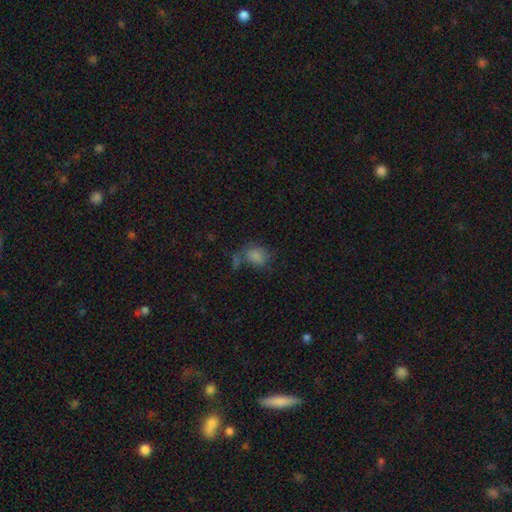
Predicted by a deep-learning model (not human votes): Morphology: type=smooth (78%); roundness=in between (60%); merging=none (44%).